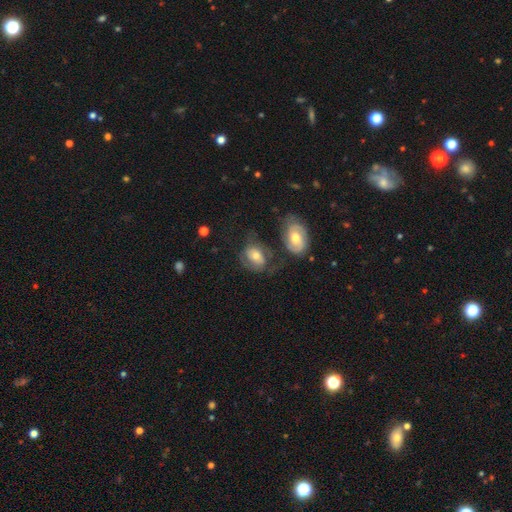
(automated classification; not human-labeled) Smooth or featured: smooth — 49% (featured or disk — 43%)
Merging: none — 37% (merger — 21%)